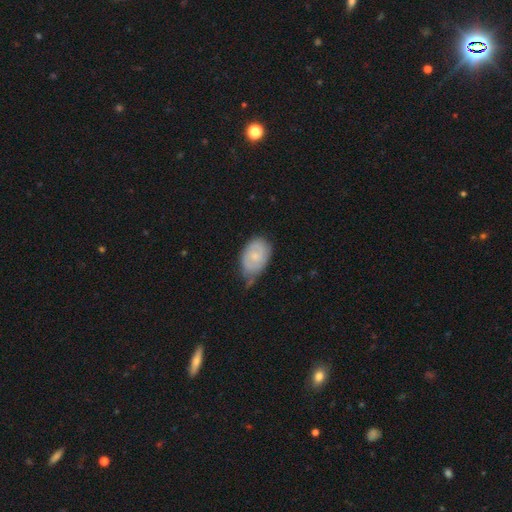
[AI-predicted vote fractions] A featured or disk galaxy (48%). Merging: none (42%, tied with minor disturbance).